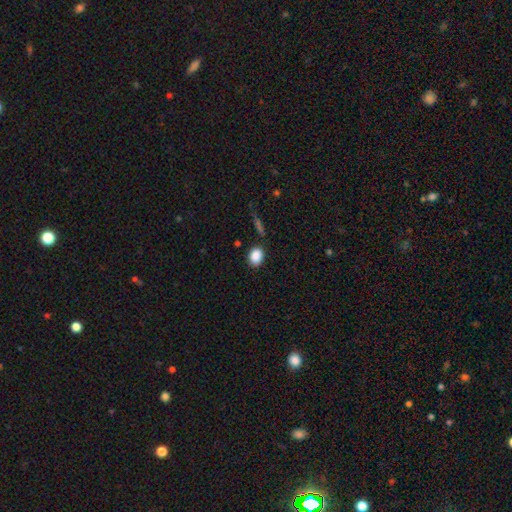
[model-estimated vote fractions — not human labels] Smooth or featured?
  - smooth: 88% *
  - star or artifact: 8%
  - featured or disk: 4%
How rounded?
  - in between: 67% *
  - round: 31%
  - cigar-shaped: 2%
Merging?
  - none: 82% *
  - minor disturbance: 12%
  - merger: 3%
  - major disturbance: 3%